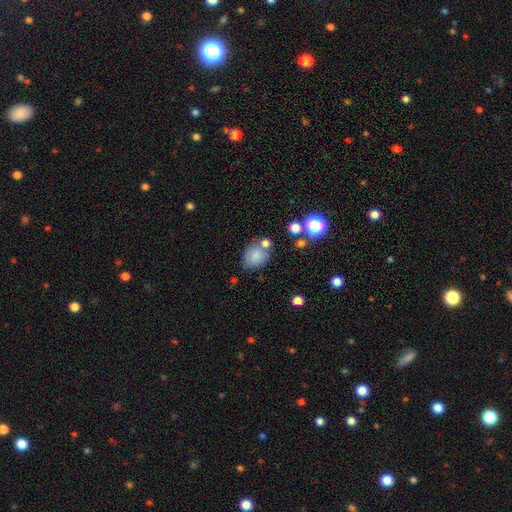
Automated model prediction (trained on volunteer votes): This is likely a smooth galaxy (80%). How rounded: possibly in between (59%). Merging: possibly none (57%).